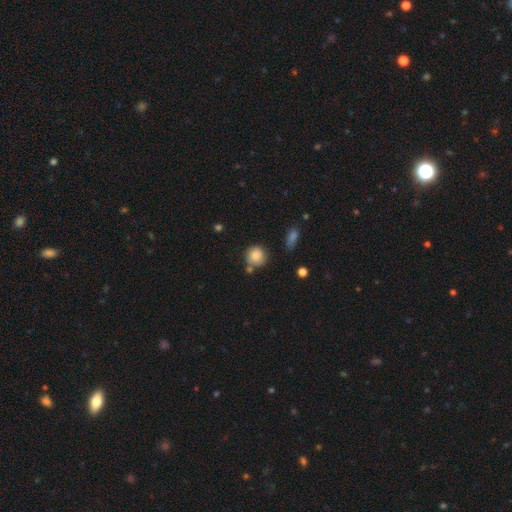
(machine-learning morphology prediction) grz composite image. It shows a smooth galaxy with no disk features (82%) that is round (88%). Merging: none (65%).